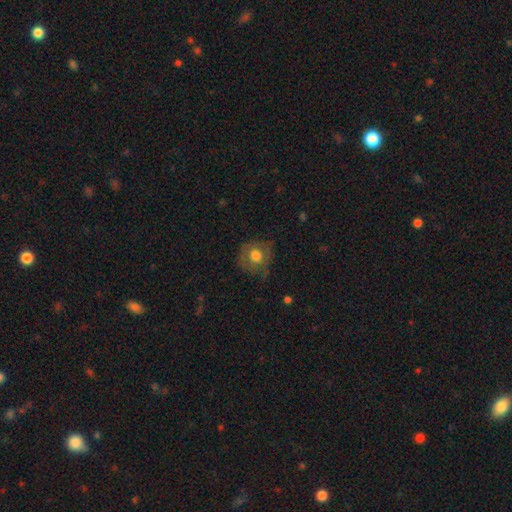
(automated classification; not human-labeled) smooth 59%, featured or disk 31%, star or artifact 9%. Down the decision tree: how rounded — round (86%); merging — none (66%).